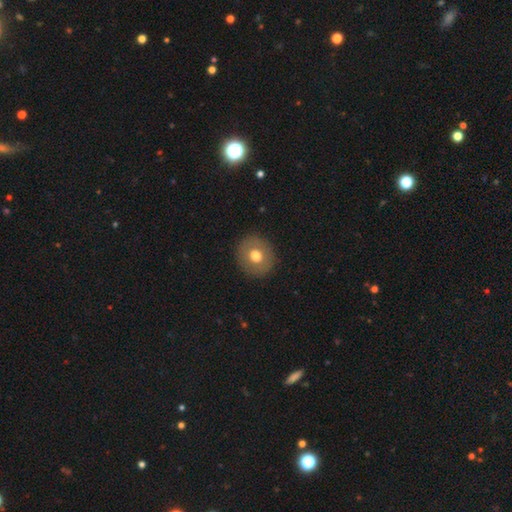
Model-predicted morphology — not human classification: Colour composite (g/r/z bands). It shows a smooth galaxy with no disk features (69%) that is round (85%). Merging: none (90%).